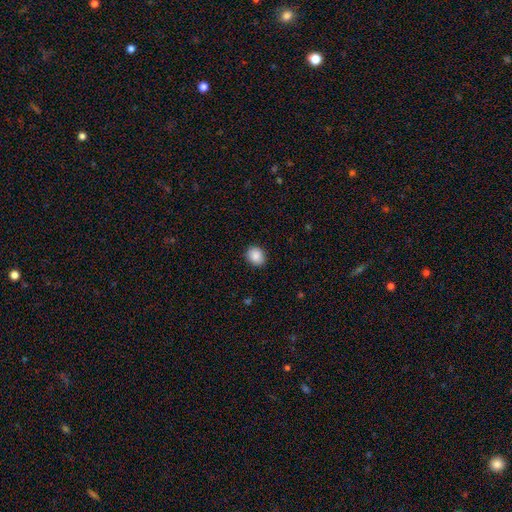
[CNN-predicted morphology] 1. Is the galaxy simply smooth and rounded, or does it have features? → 88% smooth, 8% star or artifact, 4% featured or disk.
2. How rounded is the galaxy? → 57% round, 43% in between, 1% cigar-shaped.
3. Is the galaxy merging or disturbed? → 89% none, 8% minor disturbance, 2% major disturbance, 1% merger.